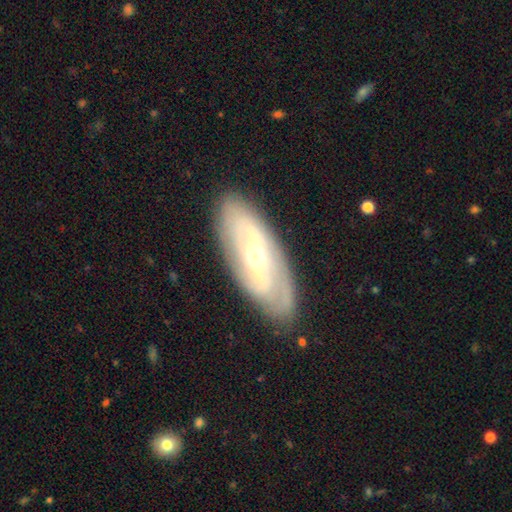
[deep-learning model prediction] Smooth or featured? Predicted: featured or disk (p=0.75). Edge-on disk? Predicted: no (p=0.87). Bar? Predicted: no (p=0.39). Spiral arms? Predicted: yes (p=0.77). Spiral winding? Predicted: tight (p=0.56). Spiral arm count? Predicted: 2 (p=0.42). Bulge size? Predicted: moderate (p=0.52). Merging? Predicted: none (p=0.83).